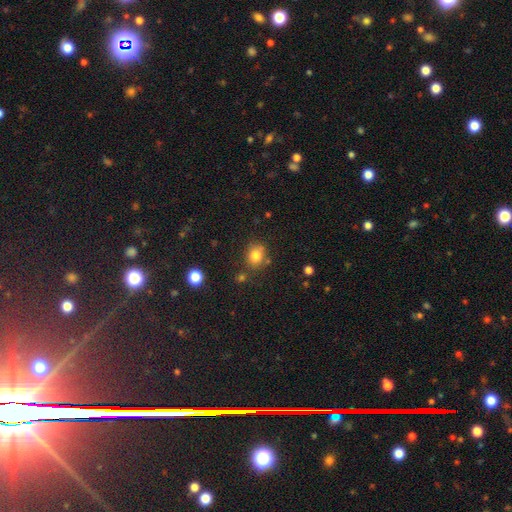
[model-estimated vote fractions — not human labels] The model was most divided on "how rounded": round: 64%, in between: 35%, cigar-shaped: 1%. More confident: smooth or featured — smooth (80%); merging — none (72%).